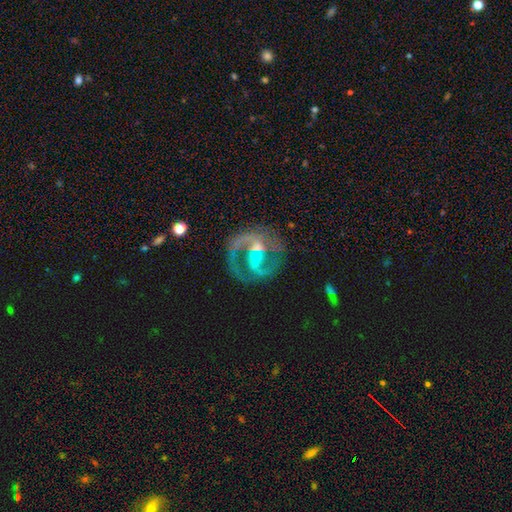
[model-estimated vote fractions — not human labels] This is clearly a featured or disk galaxy (86%). It is clearly not viewed edge-on (98%). Bar: marginally weak (42%). Spiral arm pattern: clearly yes (90%). Spiral arm count: clearly 2 (87%). Spiral winding: possibly medium (58%). Central bulge: possibly moderate (46%). Merging: likely none (64%).